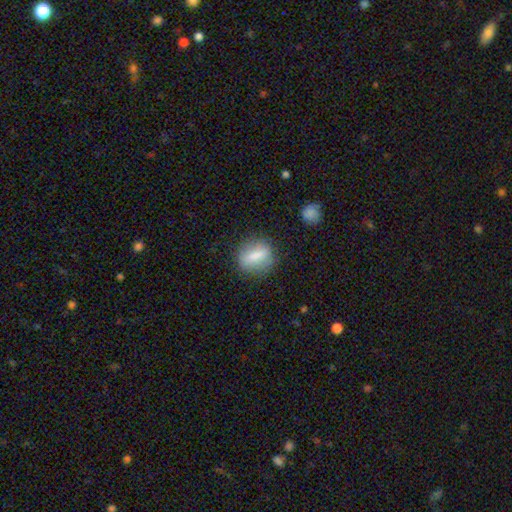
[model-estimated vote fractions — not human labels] A smooth galaxy with no disk features (72%) that is in between round and cigar-shaped (51%).

Vote fractions:
- Smooth or featured? smooth: 72% / featured or disk: 20% / star or artifact: 8%
- How rounded? in between: 51% / round: 42% / cigar-shaped: 7%
- Merging? none: 79% / minor disturbance: 14% / major disturbance: 5% / merger: 2%